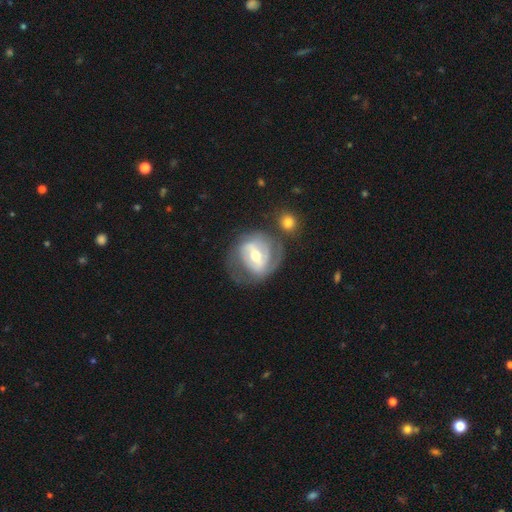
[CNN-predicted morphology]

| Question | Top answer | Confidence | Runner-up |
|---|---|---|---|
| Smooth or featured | featured or disk | 78% | smooth (17%) |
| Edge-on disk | no | 96% | yes (4%) |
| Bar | strong | 44% | weak (41%) |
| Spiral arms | yes | 84% | no (16%) |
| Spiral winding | tight | 44% | medium (39%) |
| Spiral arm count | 2 | 63% | can't tell (20%) |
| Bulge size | moderate | 69% | small (22%) |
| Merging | none | 56% | minor disturbance (20%) |